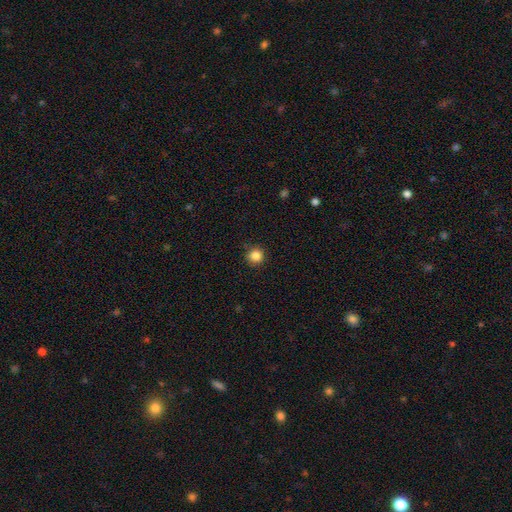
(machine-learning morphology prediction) smooth-or-featured: smooth: 85% | star or artifact: 11% | featured or disk: 4%
  how-rounded: round: 94% | in between: 5% | cigar-shaped: 1%
  merging: none: 89% | minor disturbance: 8% | major disturbance: 2% | merger: 1%